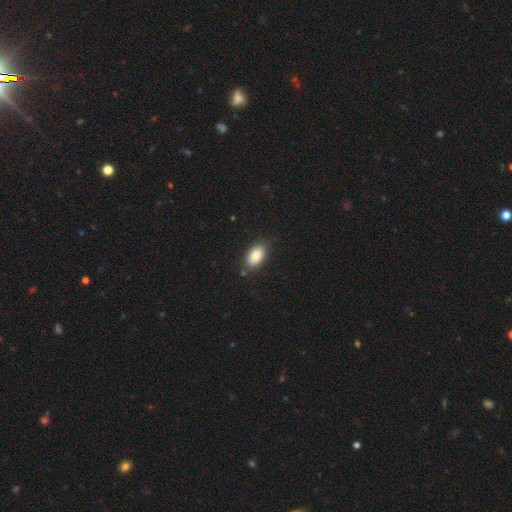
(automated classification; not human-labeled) smooth-or-featured: smooth: 85% | featured or disk: 7% | star or artifact: 7%
  how-rounded: in between: 92% | round: 4% | cigar-shaped: 4%
  merging: none: 83% | minor disturbance: 12% | major disturbance: 3% | merger: 2%